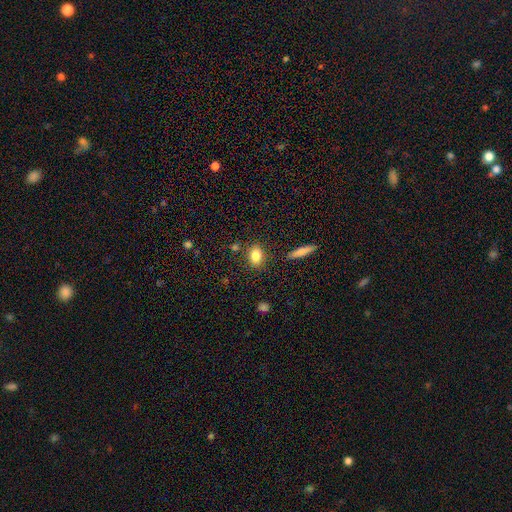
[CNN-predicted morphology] This is clearly a smooth galaxy (82%). How rounded: likely in between (72%). Merging: clearly none (81%).